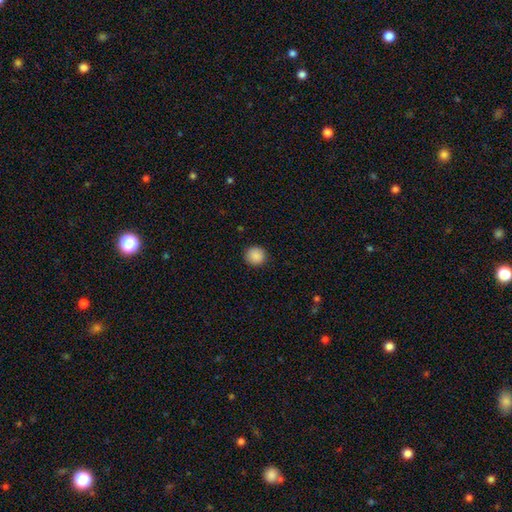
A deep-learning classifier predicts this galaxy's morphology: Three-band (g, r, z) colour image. It shows a smooth galaxy with no disk features (89%) that is round (94%). Merging: none (92%).